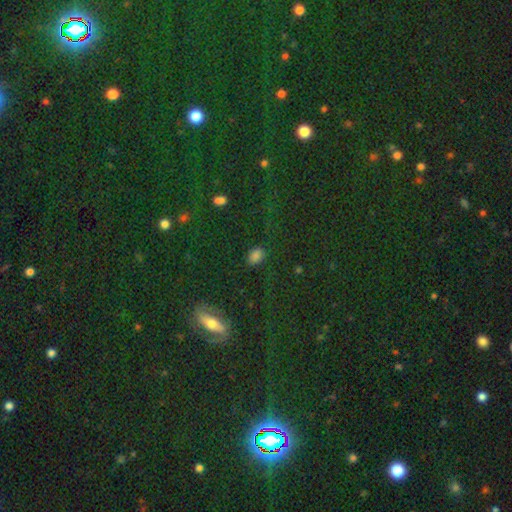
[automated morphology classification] Overall: smooth (71%). How rounded: in between (83%). Merging: none (80%).